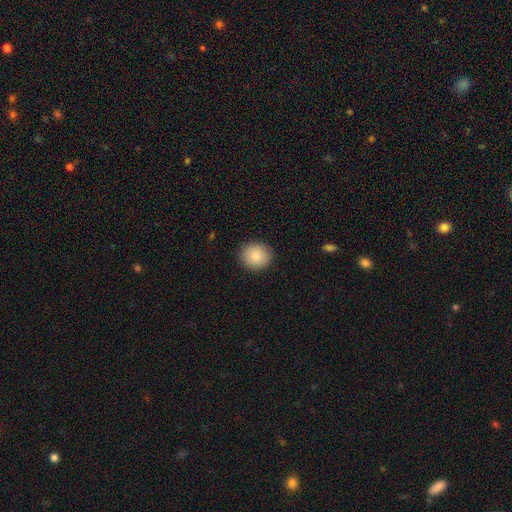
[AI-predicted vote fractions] A smooth galaxy with no disk features (82%) that is round (81%). Merging: none (91%).